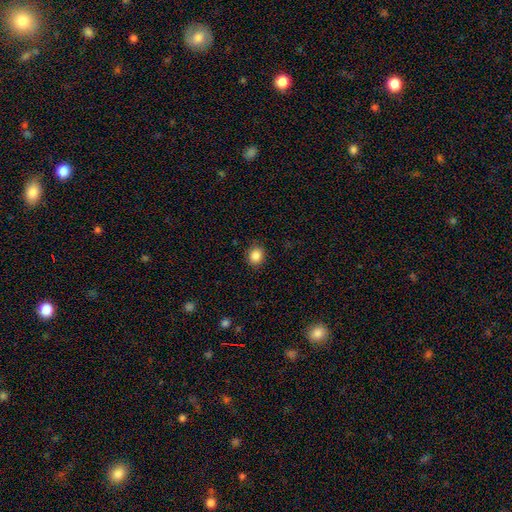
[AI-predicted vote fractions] Overall: smooth (86%). How rounded: round (73%). Merging: none (89%).